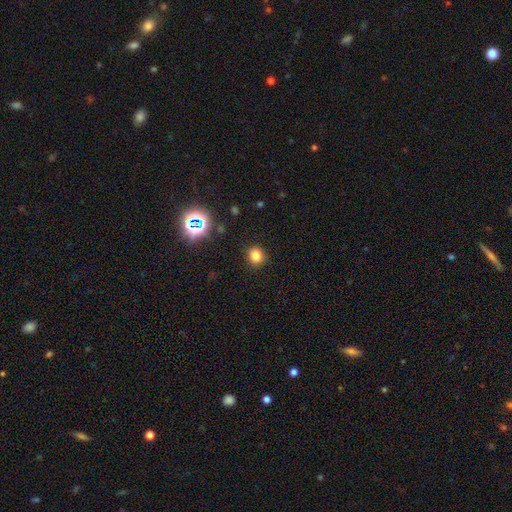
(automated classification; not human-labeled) smooth 77%, star or artifact 17%, featured or disk 6%. Down the decision tree: how rounded — round (86%); merging — none (90%).